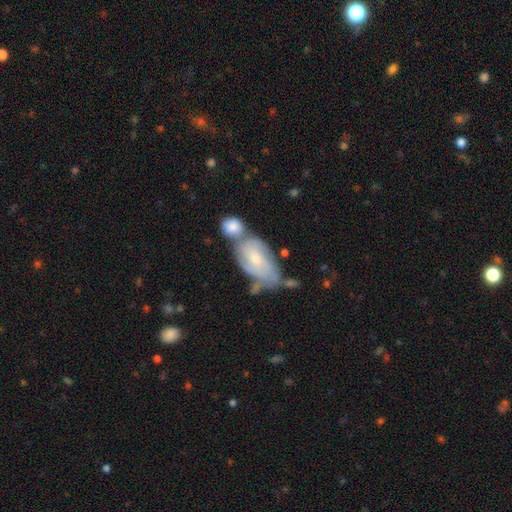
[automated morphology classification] smooth_or_featured: featured or disk (p=0.63) [alt: smooth p=0.25]
disk_edge_on: no (p=0.92) [alt: yes p=0.08]
bar: no (p=0.63) [alt: weak p=0.30]
has_spiral_arms: yes (p=0.83) [alt: no p=0.17]
bulge_size: small (p=0.60) [alt: moderate p=0.35]
merging: none (p=0.45) [alt: merger p=0.33]